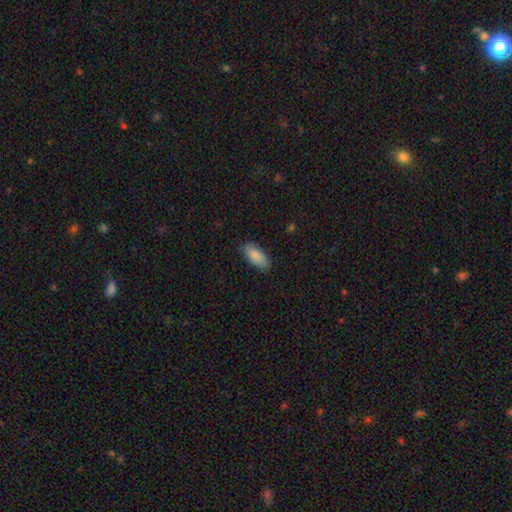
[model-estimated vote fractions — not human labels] Smooth or featured?
  - smooth: 88% *
  - featured or disk: 7%
  - star or artifact: 6%
How rounded?
  - in between: 87% *
  - cigar-shaped: 12%
  - round: 2%
Merging?
  - none: 85% *
  - minor disturbance: 12%
  - major disturbance: 2%
  - merger: 1%